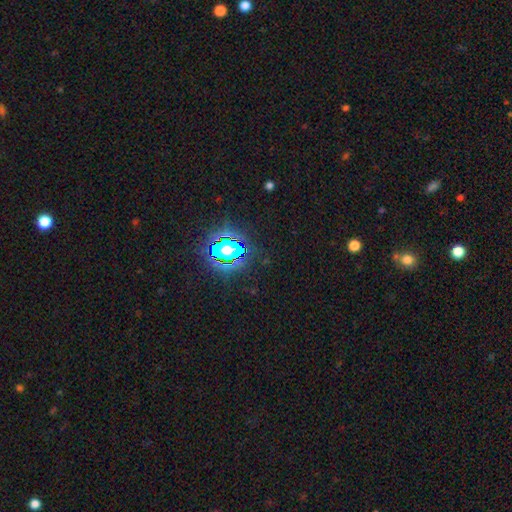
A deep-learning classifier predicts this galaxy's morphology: Smooth or featured?
  - star or artifact: 81% *
  - smooth: 12%
  - featured or disk: 7%